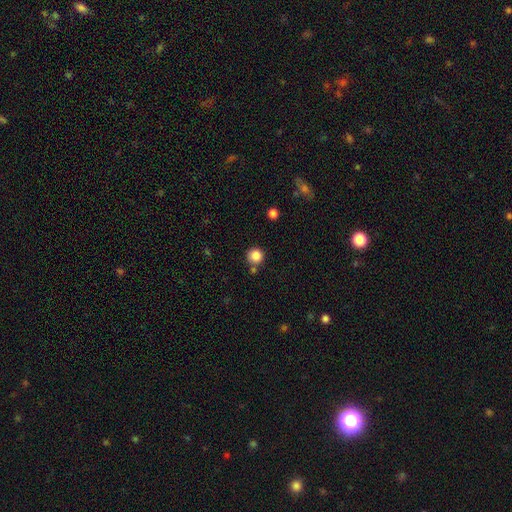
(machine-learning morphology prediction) The model was most divided on "merging": none: 80%, minor disturbance: 9%, merger: 9%, major disturbance: 3%. More confident: how rounded — round (94%); smooth or featured — smooth (86%).